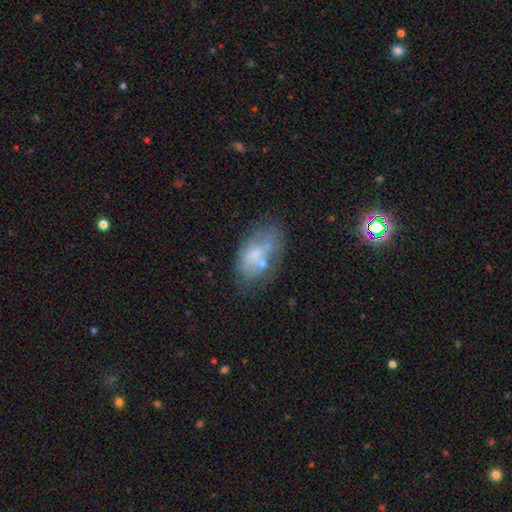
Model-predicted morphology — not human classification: Q: Smooth or featured?
A: smooth (47%); runner-up: featured or disk (41%)
Q: Merging?
A: none (42%); runner-up: minor disturbance (25%)